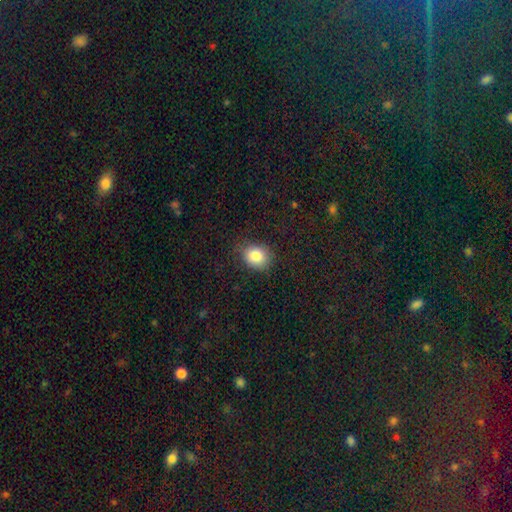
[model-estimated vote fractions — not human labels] The model was most divided on "how rounded": round: 56%, in between: 43%, cigar-shaped: 1%. More confident: smooth or featured — smooth (84%); merging — none (80%).